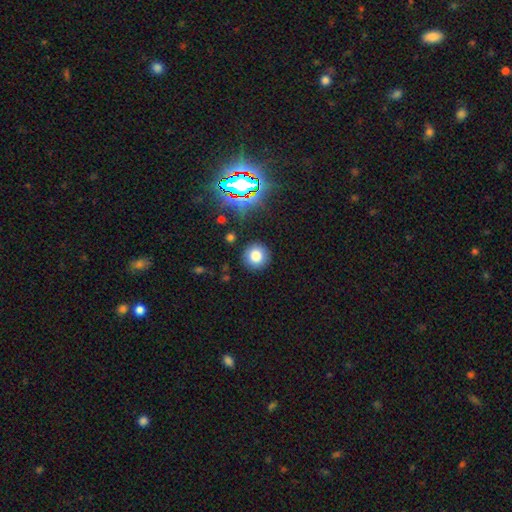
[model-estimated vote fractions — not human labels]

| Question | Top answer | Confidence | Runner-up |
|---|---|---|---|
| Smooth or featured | smooth | 78% | star or artifact (15%) |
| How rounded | round | 93% | in between (6%) |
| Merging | none | 89% | minor disturbance (7%) |